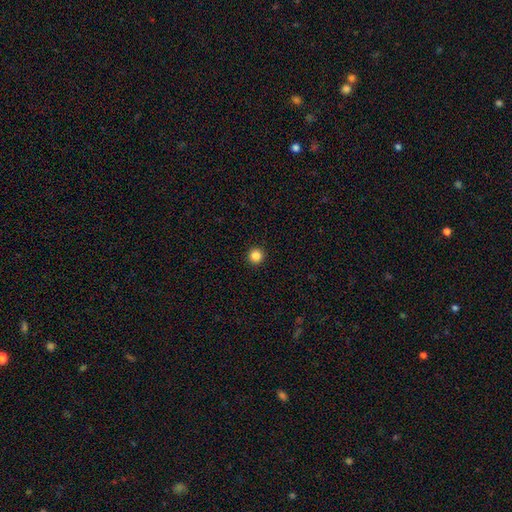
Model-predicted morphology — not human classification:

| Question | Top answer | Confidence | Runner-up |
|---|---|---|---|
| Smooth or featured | smooth | 86% | star or artifact (11%) |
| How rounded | round | 96% | in between (3%) |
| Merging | none | 94% | minor disturbance (4%) |